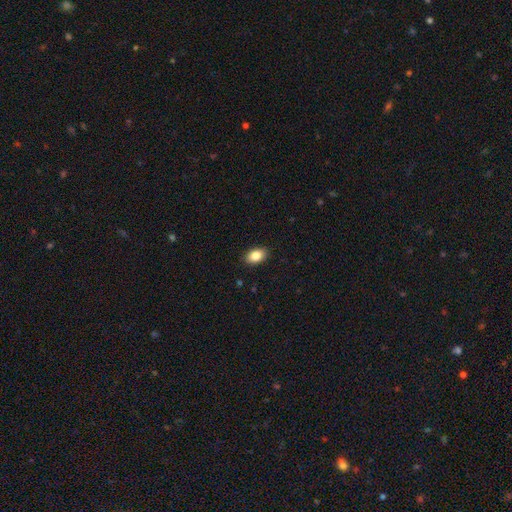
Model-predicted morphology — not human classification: Overall: smooth (86%). How rounded: in between (88%). Merging: none (89%).